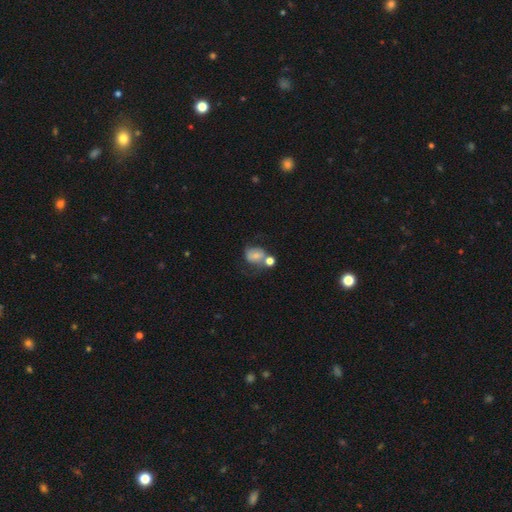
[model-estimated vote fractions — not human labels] This is possibly a smooth galaxy (54%). How rounded: possibly in between (51%). Merging: marginally none (36%).